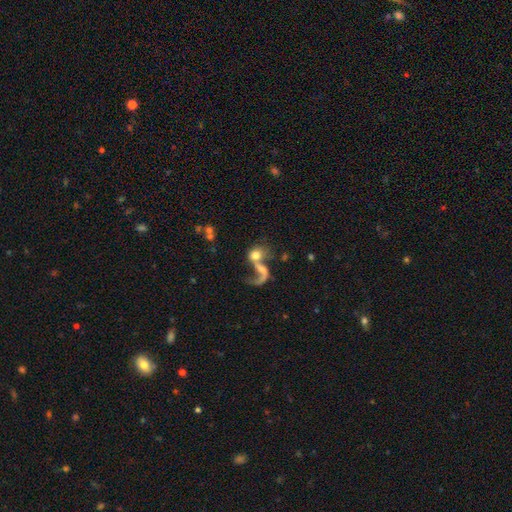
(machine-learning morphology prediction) This is possibly a smooth galaxy (46%). Merging: possibly merger (56%).